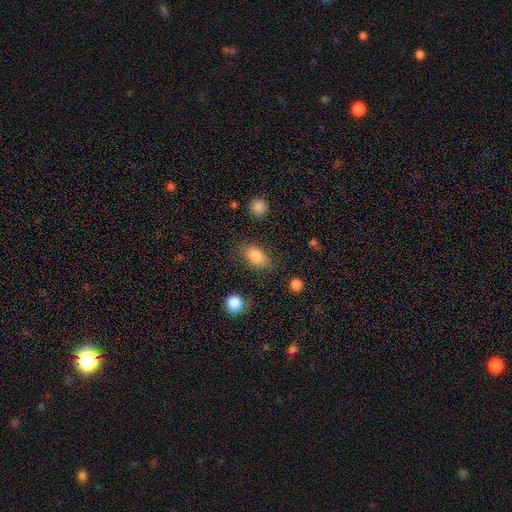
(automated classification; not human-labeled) smooth_or_featured: smooth (p=0.85) [alt: star or artifact p=0.08]
how_rounded: in between (p=0.86) [alt: round p=0.11]
merging: none (p=0.78) [alt: minor disturbance p=0.15]